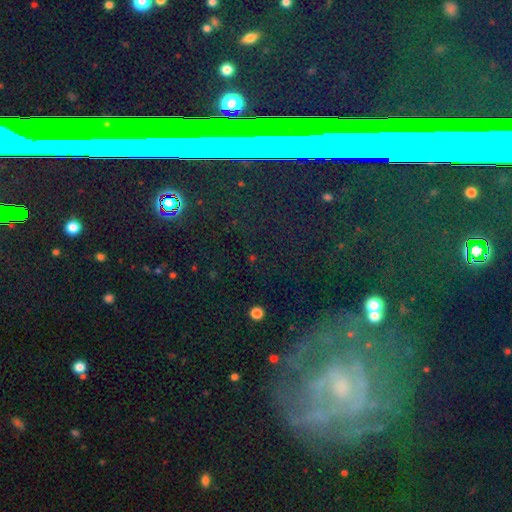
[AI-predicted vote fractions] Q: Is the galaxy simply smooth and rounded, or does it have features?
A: star or artifact — 64%.